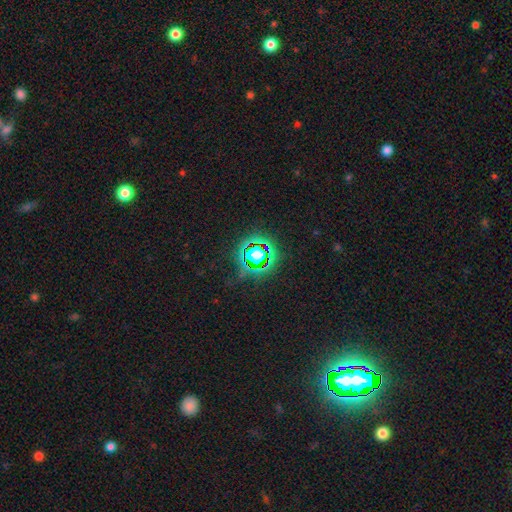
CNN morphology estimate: star or artifact 69%, smooth 20%, featured or disk 11%.